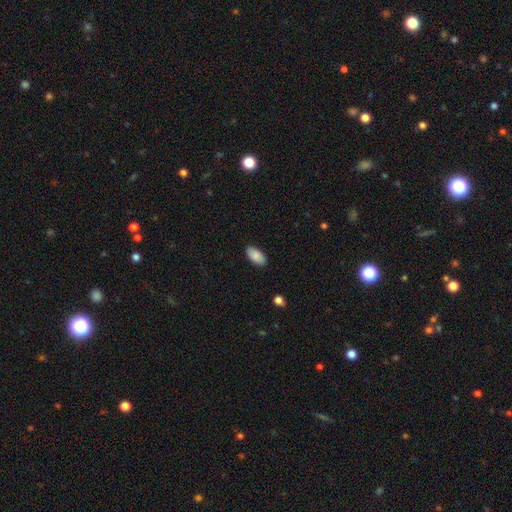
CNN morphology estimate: Q: Smooth or featured?
A: smooth (87%); runner-up: star or artifact (6%)
Q: How rounded?
A: in between (95%); runner-up: cigar-shaped (3%)
Q: Merging?
A: none (88%); runner-up: minor disturbance (9%)